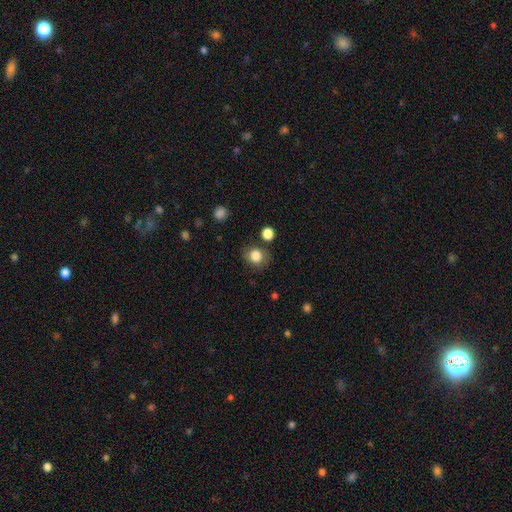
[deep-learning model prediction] smooth 83%, star or artifact 10%, featured or disk 7%. Down the decision tree: how rounded — round (69%); merging — none (76%).